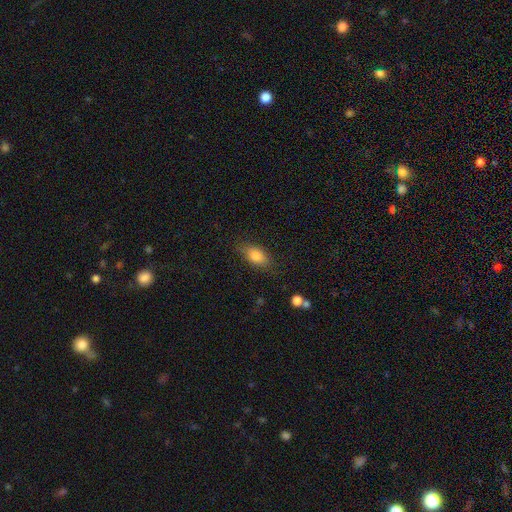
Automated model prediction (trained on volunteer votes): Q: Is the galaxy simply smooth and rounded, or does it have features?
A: smooth — 83%.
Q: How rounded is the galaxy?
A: in between — 86%.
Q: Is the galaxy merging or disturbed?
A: none — 76%.